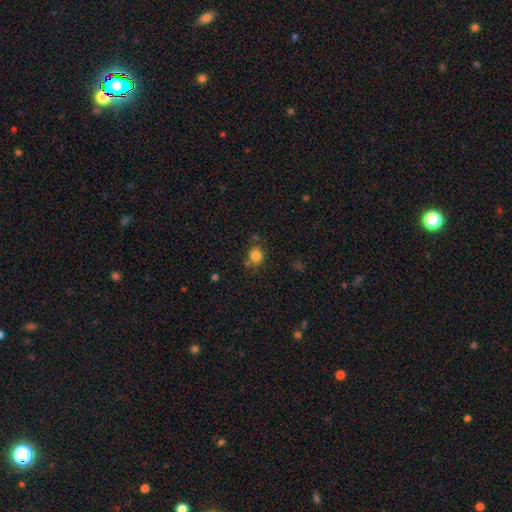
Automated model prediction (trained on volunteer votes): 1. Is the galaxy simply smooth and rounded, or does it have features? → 82% smooth, 12% star or artifact, 6% featured or disk.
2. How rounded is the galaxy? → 72% round, 27% in between, 1% cigar-shaped.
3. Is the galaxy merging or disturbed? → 72% none, 15% minor disturbance, 8% merger, 4% major disturbance.